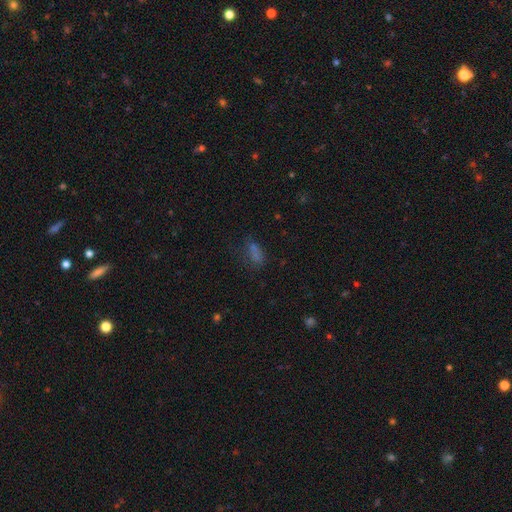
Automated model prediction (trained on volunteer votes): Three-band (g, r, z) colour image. It shows a smooth galaxy with no disk features (61%) that is in between round and cigar-shaped (73%). Merging: none (58%).